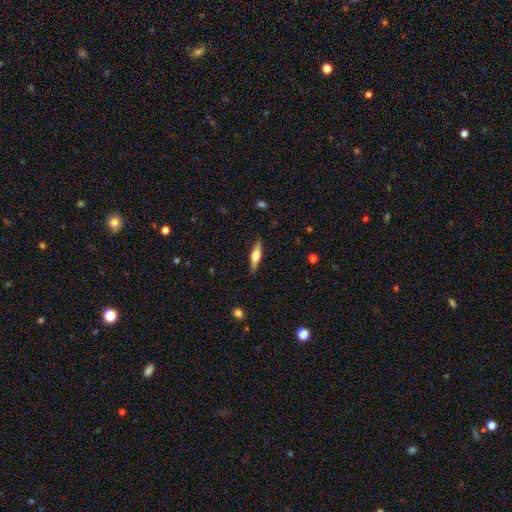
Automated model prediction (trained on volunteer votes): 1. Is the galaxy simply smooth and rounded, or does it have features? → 55% featured or disk, 39% smooth, 6% star or artifact.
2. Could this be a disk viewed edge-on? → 96% yes, 4% no.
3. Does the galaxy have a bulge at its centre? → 91% rounded, 6% boxy, 3% none.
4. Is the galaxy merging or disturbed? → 88% none, 9% minor disturbance, 2% major disturbance, 1% merger.